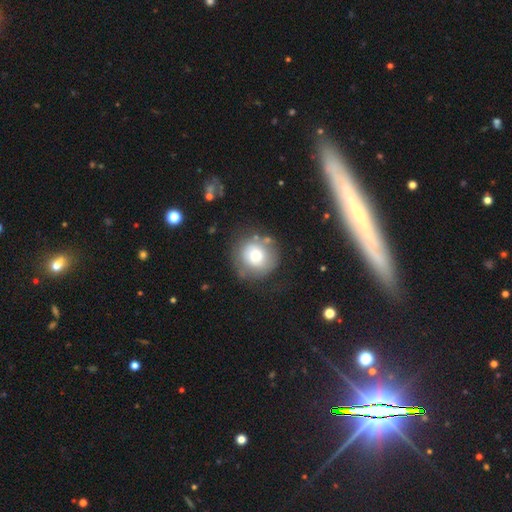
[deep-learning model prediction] Smooth or featured?
  - smooth: 66% *
  - featured or disk: 24%
  - star or artifact: 10%
How rounded?
  - round: 91% *
  - in between: 8%
  - cigar-shaped: 1%
Merging?
  - none: 69% *
  - minor disturbance: 17%
  - major disturbance: 9%
  - merger: 5%